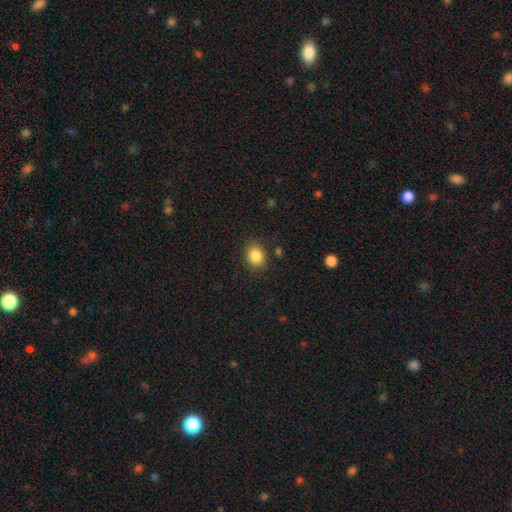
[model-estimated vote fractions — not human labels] Smooth or featured? smooth (86%)
How rounded? round (53%)
Merging? none (84%)